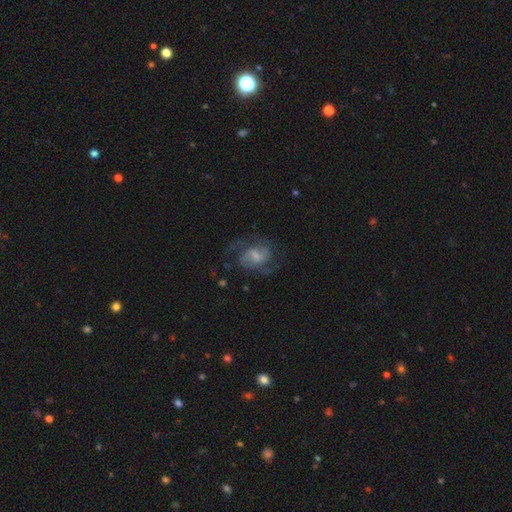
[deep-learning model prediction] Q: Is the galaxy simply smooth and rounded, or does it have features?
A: featured or disk — 75%.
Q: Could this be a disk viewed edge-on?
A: no — 98%.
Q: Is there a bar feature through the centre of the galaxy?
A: weak — 53%.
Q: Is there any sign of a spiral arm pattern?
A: yes — 92%.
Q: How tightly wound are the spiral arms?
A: medium — 54%.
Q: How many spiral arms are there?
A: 2 — 74%.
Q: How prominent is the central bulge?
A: small — 37%.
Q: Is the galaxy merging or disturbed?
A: none — 60%.